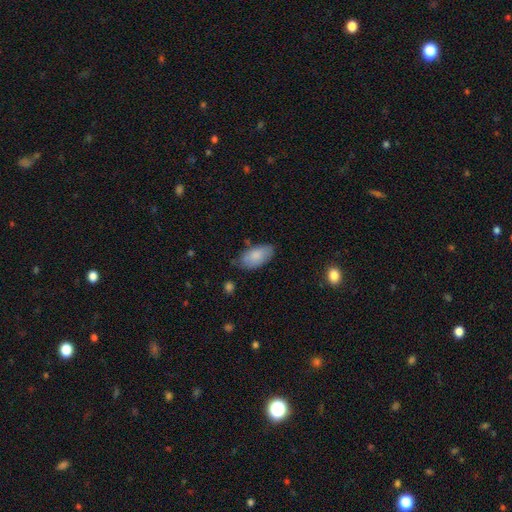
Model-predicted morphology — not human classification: A smooth galaxy with no disk features (83%) that is in between round and cigar-shaped (94%).

Vote fractions:
- Smooth or featured? smooth: 83% / featured or disk: 11% / star or artifact: 6%
- How rounded? in between: 94% / cigar-shaped: 4% / round: 3%
- Merging? none: 68% / minor disturbance: 25% / major disturbance: 5% / merger: 2%